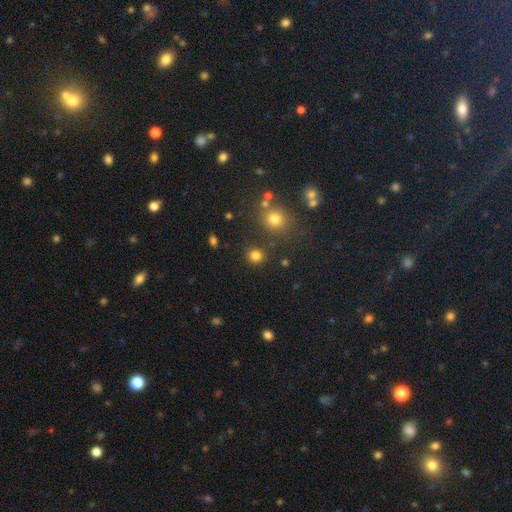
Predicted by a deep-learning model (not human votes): Smooth or featured: smooth — 80% (star or artifact — 15%)
How rounded: round — 87% (in between — 12%)
Merging: none — 85% (minor disturbance — 7%)